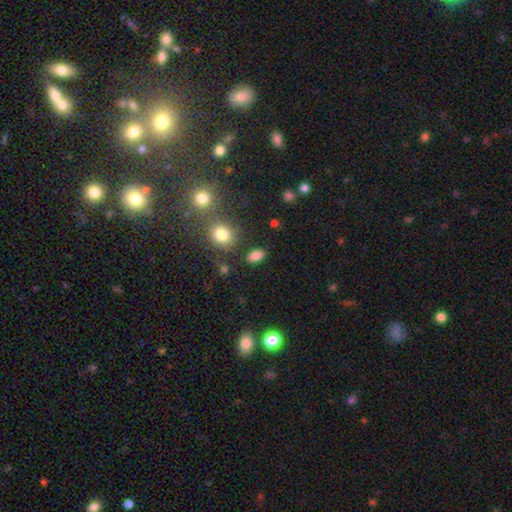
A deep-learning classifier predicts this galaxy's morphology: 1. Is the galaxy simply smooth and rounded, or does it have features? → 83% smooth, 11% star or artifact, 6% featured or disk.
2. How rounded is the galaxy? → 88% in between, 8% round, 4% cigar-shaped.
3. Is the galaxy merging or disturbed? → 84% none, 10% minor disturbance, 4% merger, 3% major disturbance.